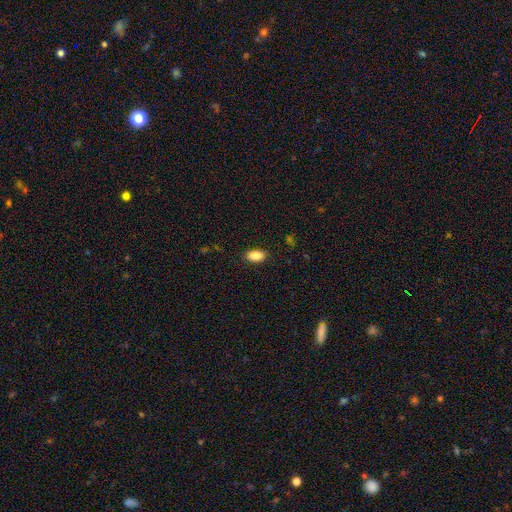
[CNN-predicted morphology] Overall: smooth (88%). How rounded: in between (92%). Merging: none (87%).